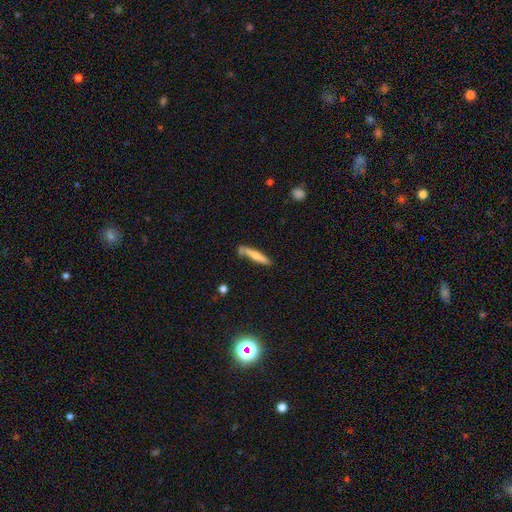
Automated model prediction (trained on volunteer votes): smooth_or_featured: smooth (p=0.64) [alt: featured or disk p=0.31]
how_rounded: cigar-shaped (p=0.91) [alt: in between p=0.08]
merging: none (p=0.69) [alt: minor disturbance p=0.19]